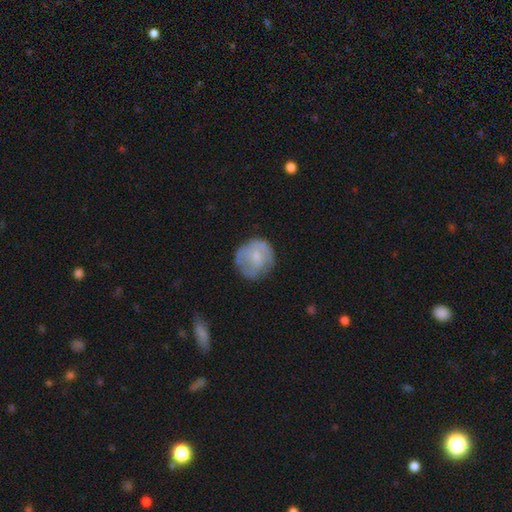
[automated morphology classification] A smooth galaxy with no disk features (53%) that is round (87%).

Vote fractions:
- Smooth or featured? smooth: 53% / featured or disk: 39% / star or artifact: 7%
- How rounded? round: 87% / in between: 12% / cigar-shaped: 1%
- Merging? none: 65% / minor disturbance: 23% / major disturbance: 11% / merger: 2%